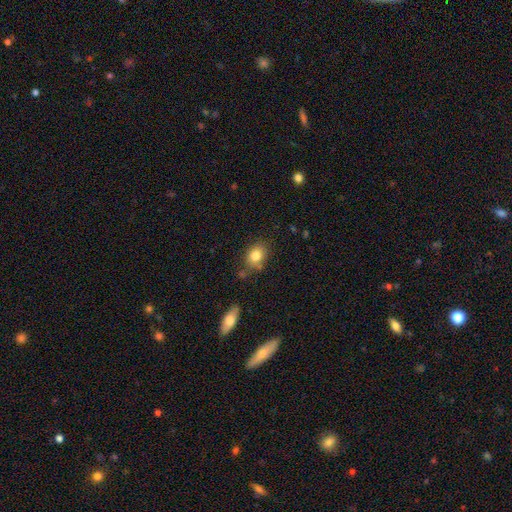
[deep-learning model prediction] smooth-or-featured: smooth: 81% | star or artifact: 9% | featured or disk: 9%
  how-rounded: in between: 60% | round: 38% | cigar-shaped: 2%
  merging: none: 73% | minor disturbance: 17% | merger: 6% | major disturbance: 4%